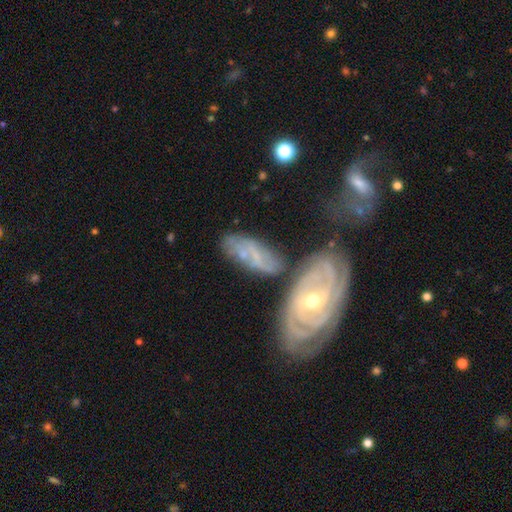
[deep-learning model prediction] This is likely a featured or disk galaxy (64%). It is clearly not viewed edge-on (90%). Bar: possibly no (51%). Spiral arm pattern: likely yes (80%). Central bulge: possibly small (56%). Merging: possibly none (53%).